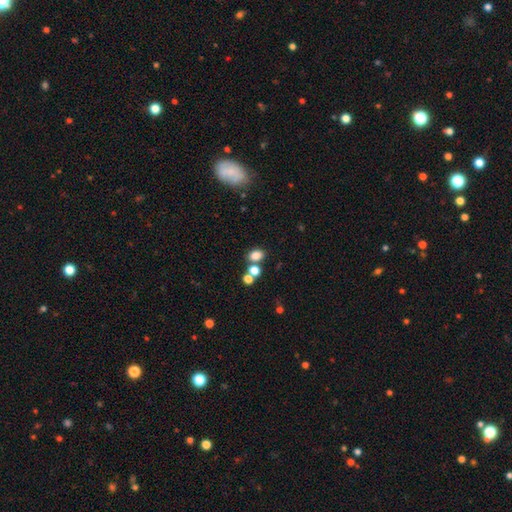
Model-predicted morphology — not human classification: smooth-or-featured: smooth: 79% | star or artifact: 14% | featured or disk: 7%
  how-rounded: in between: 69% | round: 30% | cigar-shaped: 1%
  merging: none: 63% | merger: 22% | minor disturbance: 11% | major disturbance: 4%